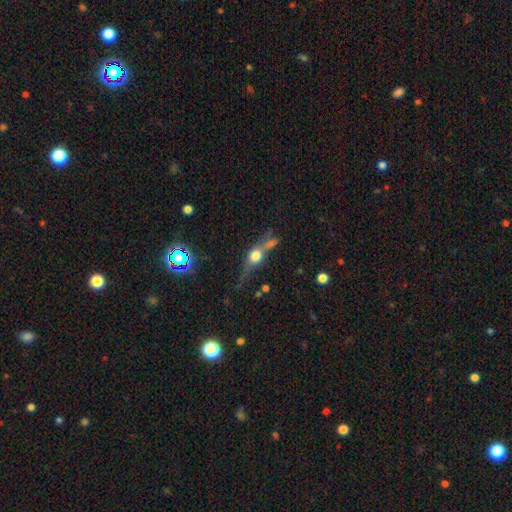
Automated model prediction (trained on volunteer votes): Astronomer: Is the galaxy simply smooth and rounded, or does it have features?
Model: featured or disk — 51% (runner-up: smooth, 31%).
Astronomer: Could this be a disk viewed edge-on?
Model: yes — 80%.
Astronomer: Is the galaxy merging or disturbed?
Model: none — 53%.